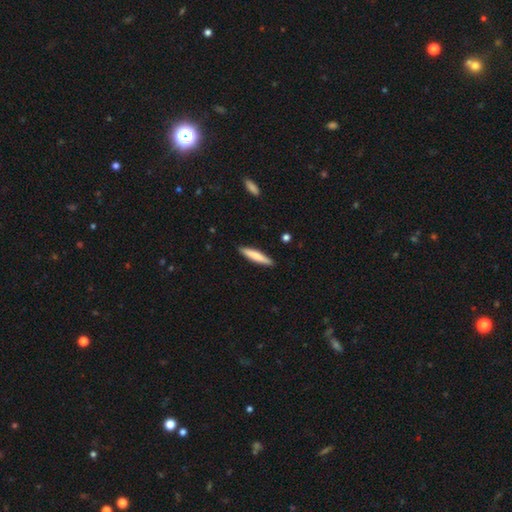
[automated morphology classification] Overall: smooth (75%). How rounded: cigar-shaped (89%). Merging: none (90%).